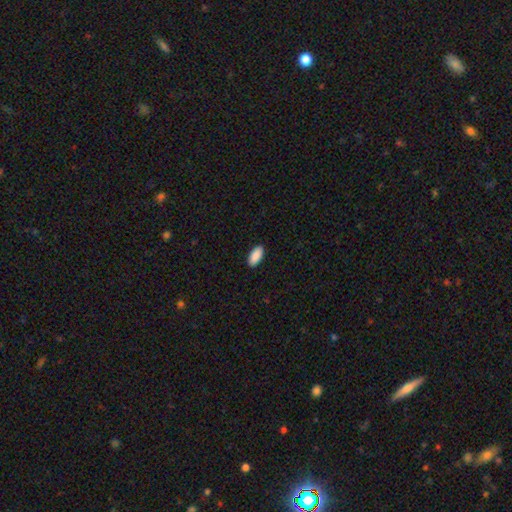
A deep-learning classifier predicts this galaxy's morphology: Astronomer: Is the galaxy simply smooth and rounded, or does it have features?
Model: smooth — 91%.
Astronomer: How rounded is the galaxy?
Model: in between — 92%.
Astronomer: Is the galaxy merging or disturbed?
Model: none — 90%.